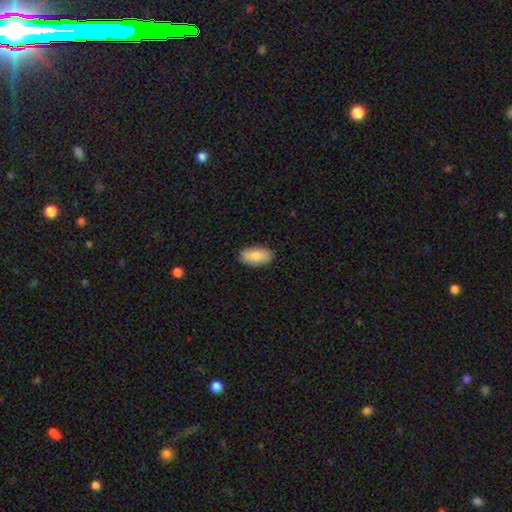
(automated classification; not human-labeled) smooth 84%, featured or disk 10%, star or artifact 6%. Down the decision tree: how rounded — in between (91%); merging — none (88%).